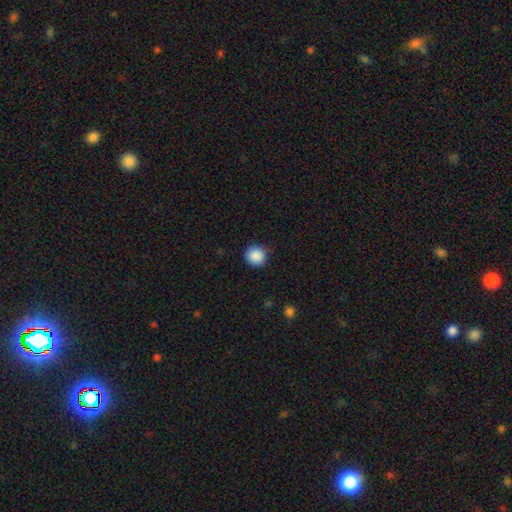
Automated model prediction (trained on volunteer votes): The model was most divided on "merging": none: 87%, minor disturbance: 10%, major disturbance: 2%, merger: 1%. More confident: how rounded — round (92%); smooth or featured — smooth (89%).